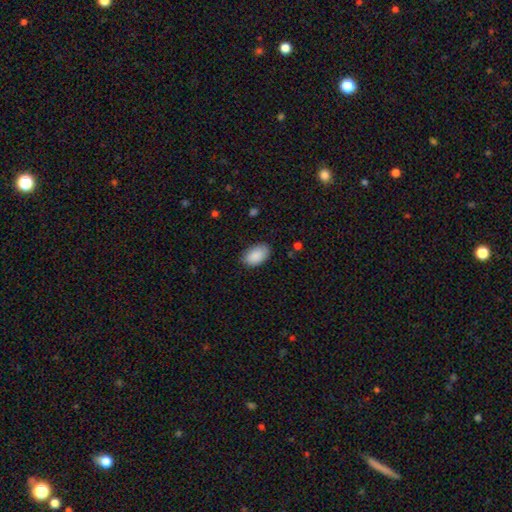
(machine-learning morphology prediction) The model was most divided on "merging": none: 83%, minor disturbance: 13%, major disturbance: 3%, merger: 1%. More confident: how rounded — in between (93%); smooth or featured — smooth (90%).